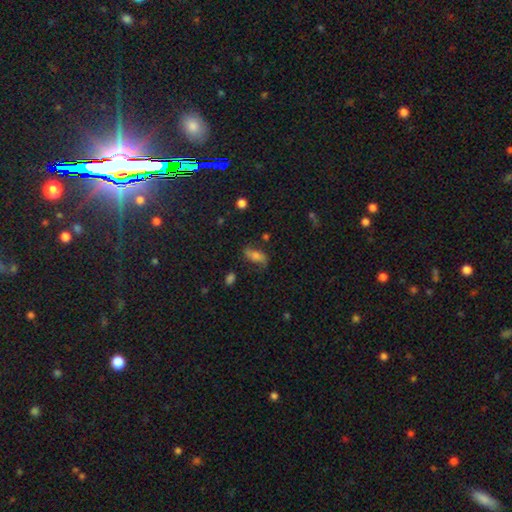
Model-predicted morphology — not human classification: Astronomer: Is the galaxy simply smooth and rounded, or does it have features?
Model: smooth — 49% (runner-up: featured or disk, 39%).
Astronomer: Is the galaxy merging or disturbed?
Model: none — 64%.